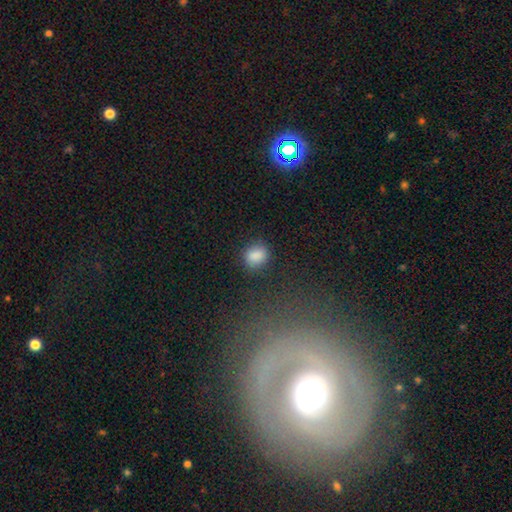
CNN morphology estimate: Smooth or featured: smooth — 85% (star or artifact — 9%)
How rounded: round — 53% (in between — 45%)
Merging: none — 79% (minor disturbance — 14%)